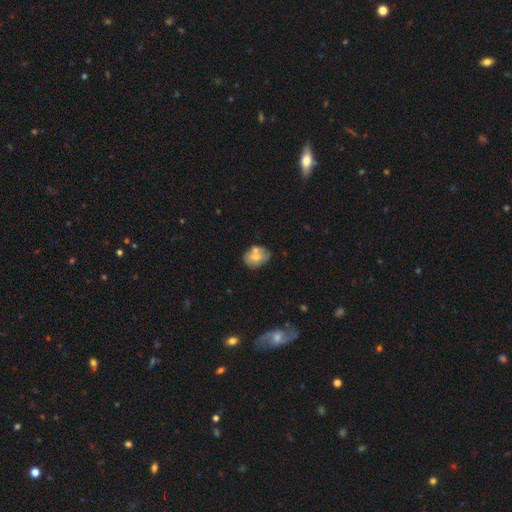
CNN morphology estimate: The model was most divided on "merging": none: 49%, merger: 25%, minor disturbance: 20%, major disturbance: 6%. More confident: how rounded — in between (65%); smooth or featured — smooth (63%).